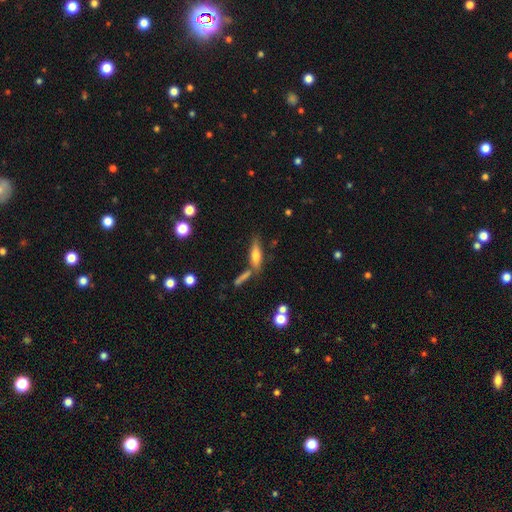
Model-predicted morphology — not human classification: smooth_or_featured: smooth (p=0.59) [alt: featured or disk p=0.32]
how_rounded: cigar-shaped (p=0.58) [alt: in between p=0.40]
merging: none (p=0.63) [alt: merger p=0.17]